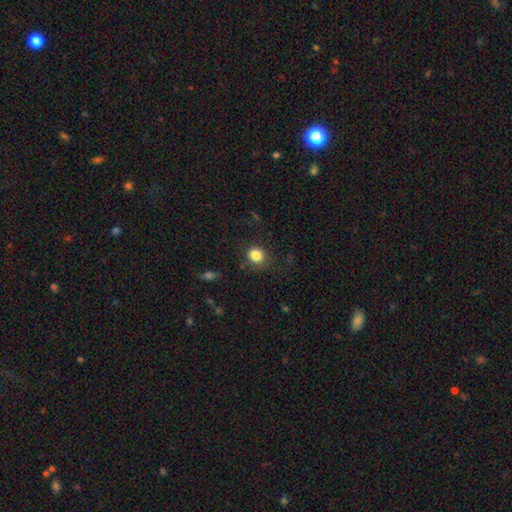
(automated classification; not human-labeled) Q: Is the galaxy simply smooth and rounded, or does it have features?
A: smooth — 85%.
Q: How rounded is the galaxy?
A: round — 81%.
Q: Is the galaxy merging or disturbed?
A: none — 83%.